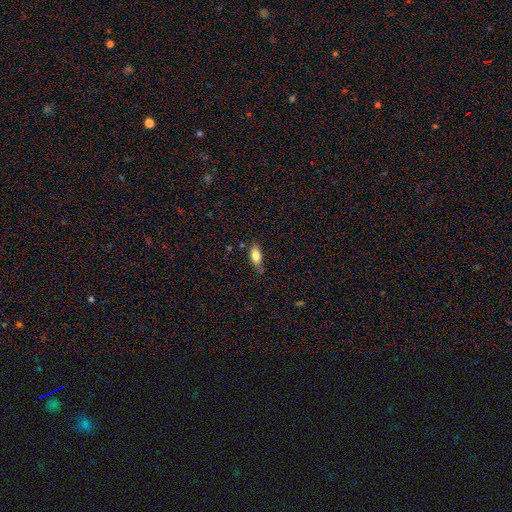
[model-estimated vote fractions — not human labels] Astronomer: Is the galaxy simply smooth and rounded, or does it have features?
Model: smooth — 78%.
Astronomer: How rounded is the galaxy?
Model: in between — 81%.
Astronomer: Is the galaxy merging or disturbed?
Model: none — 68%.